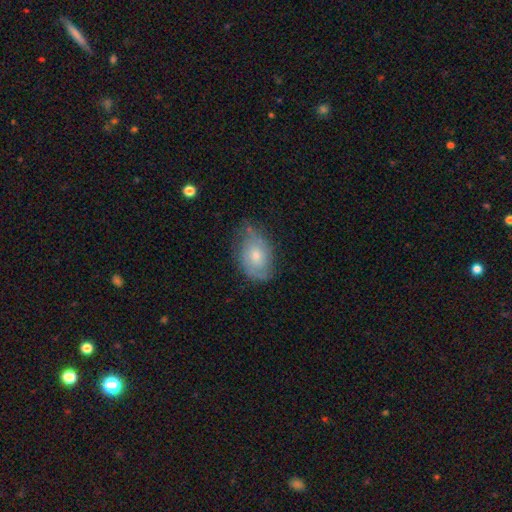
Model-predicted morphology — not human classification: Overall: featured or disk (53%; smooth 40%). Edge-on disk: no (95%). Bar: no (76%). Spiral arms: yes (78%). Bulge size: moderate (57%; small 35%). Merging: none (58%; minor disturbance 31%).